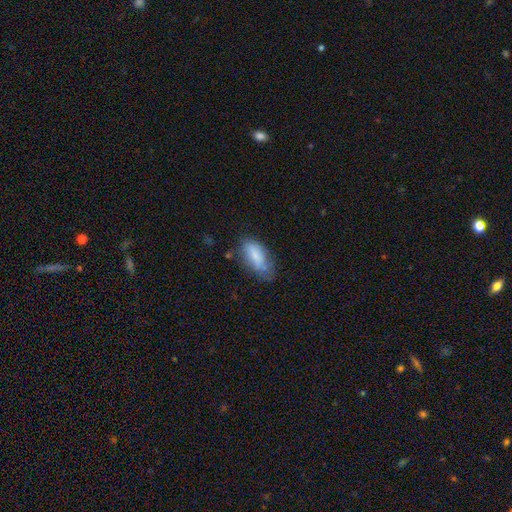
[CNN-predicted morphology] smooth-or-featured: smooth: 74% | featured or disk: 18% | star or artifact: 8%
  how-rounded: in between: 84% | cigar-shaped: 14% | round: 3%
  merging: none: 46% | minor disturbance: 35% | major disturbance: 14% | merger: 5%